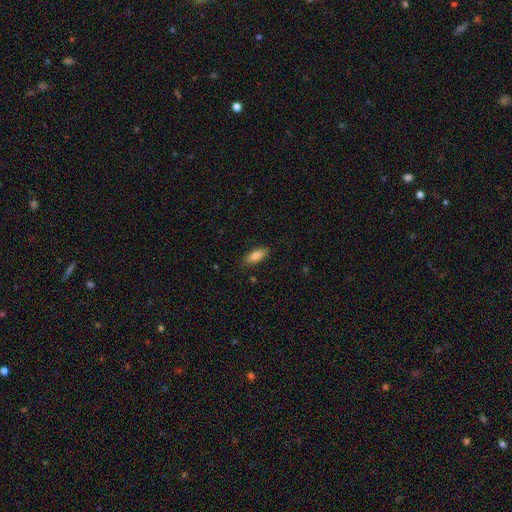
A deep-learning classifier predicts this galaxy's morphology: This is clearly a smooth galaxy (84%). How rounded: likely in between (75%). Merging: clearly none (83%).